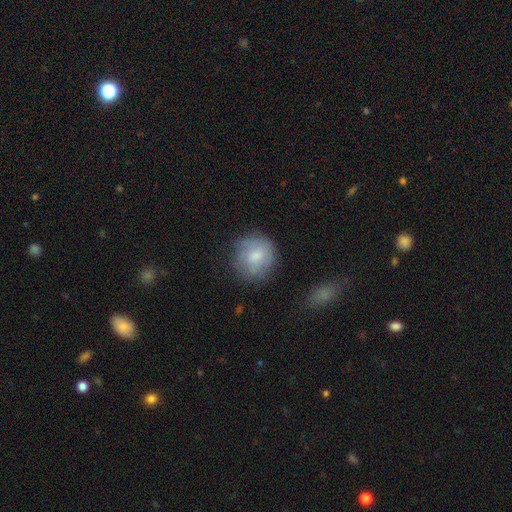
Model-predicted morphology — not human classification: A smooth galaxy with no disk features (66%) that is round (87%). Merging: none (68%).